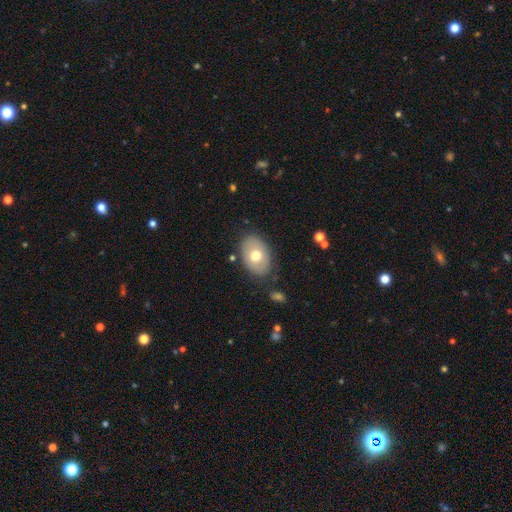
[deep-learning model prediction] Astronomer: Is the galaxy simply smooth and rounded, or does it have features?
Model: smooth — 66%.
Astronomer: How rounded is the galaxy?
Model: in between — 84%.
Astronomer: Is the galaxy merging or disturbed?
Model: none — 81%.